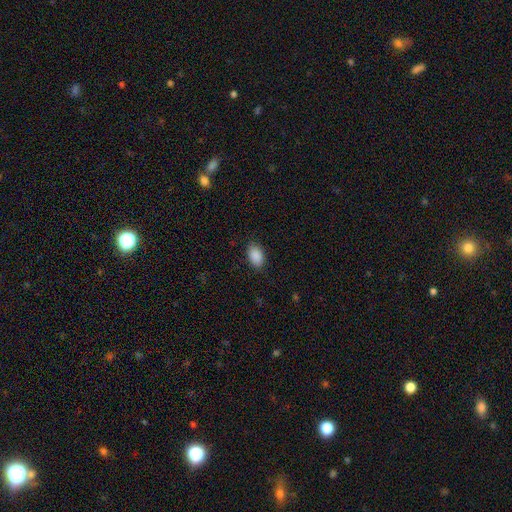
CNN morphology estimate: This appears to be a smooth galaxy with no disk features (90%) that is in between round and cigar-shaped (90%). Merging: none (87%).